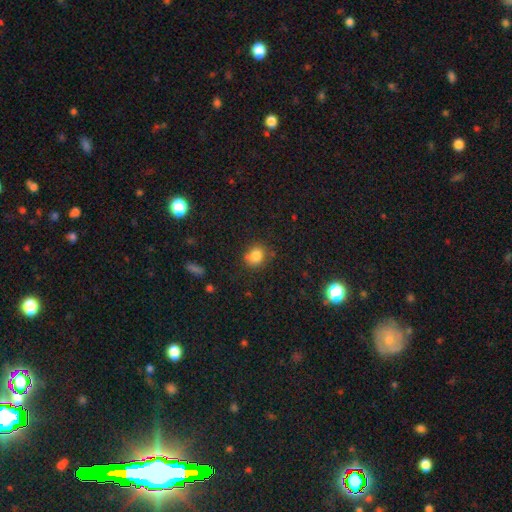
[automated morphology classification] This appears to be a smooth galaxy with no disk features (82%) that is round (72%). Merging: none (72%).